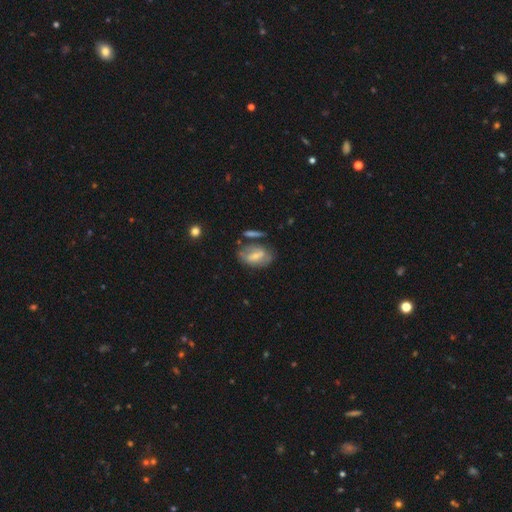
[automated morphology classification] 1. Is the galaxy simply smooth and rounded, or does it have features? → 50% featured or disk, 43% smooth, 8% star or artifact.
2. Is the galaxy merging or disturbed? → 53% none, 22% minor disturbance, 13% merger, 12% major disturbance.